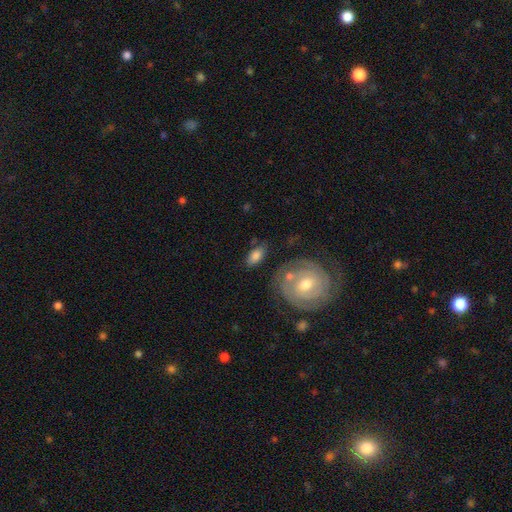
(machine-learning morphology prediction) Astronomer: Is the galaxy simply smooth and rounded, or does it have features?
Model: smooth — 73%.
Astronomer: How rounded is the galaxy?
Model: in between — 87%.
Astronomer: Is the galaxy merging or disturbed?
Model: none — 73%.